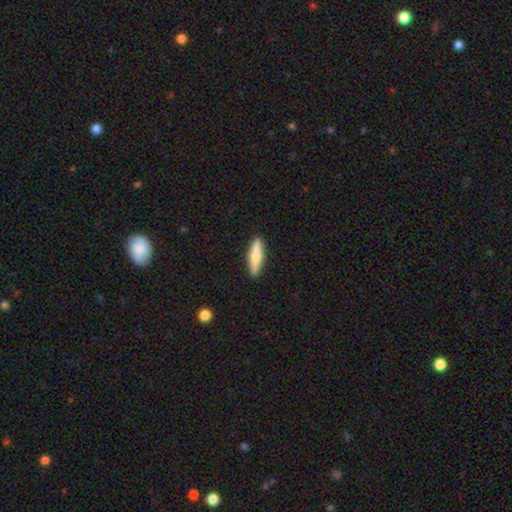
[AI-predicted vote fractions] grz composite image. It shows a smooth galaxy with no disk features (62%) that is cigar-shaped (77%). Merging: none (89%).